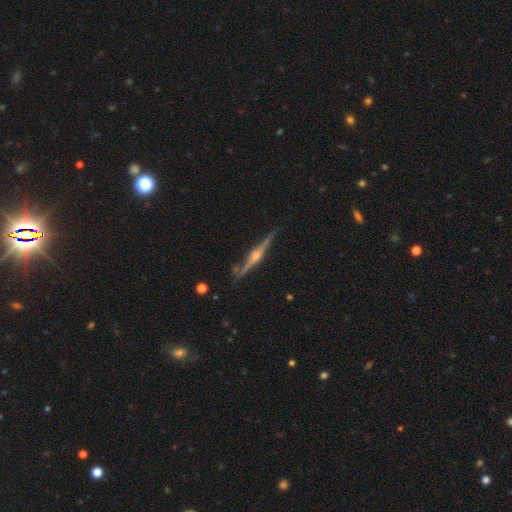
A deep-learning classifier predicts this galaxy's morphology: featured or disk 86%, smooth 9%, star or artifact 5%. Down the decision tree: edge-on disk — yes (98%); edge-on bulge — rounded (88%); merging — none (83%).